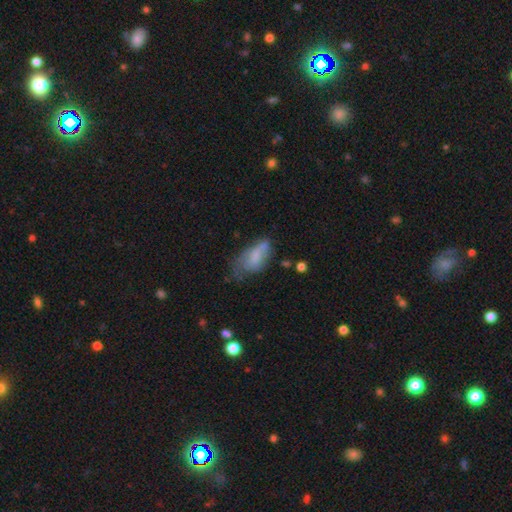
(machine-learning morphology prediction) smooth_or_featured: smooth (p=0.63) [alt: featured or disk p=0.29]
how_rounded: in between (p=0.87) [alt: cigar-shaped p=0.10]
merging: minor disturbance (p=0.36) [alt: none p=0.33]